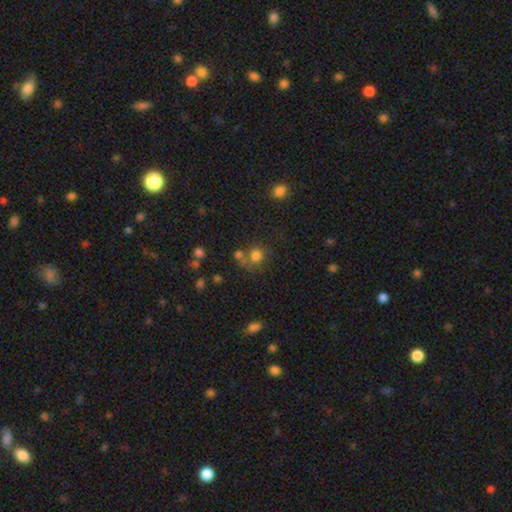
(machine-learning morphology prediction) The model was most divided on "merging": none: 56%, merger: 25%, minor disturbance: 12%, major disturbance: 7%. More confident: how rounded — round (85%); smooth or featured — smooth (75%).